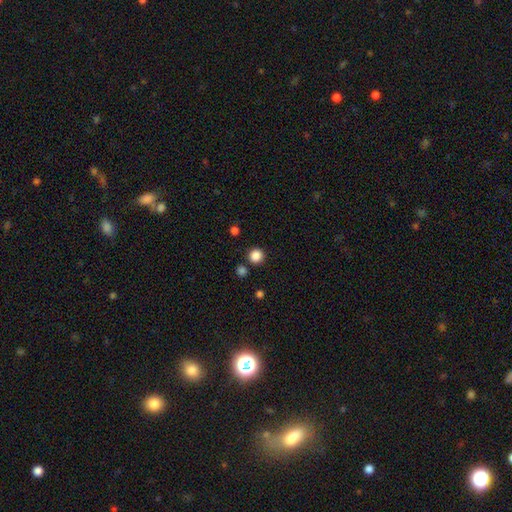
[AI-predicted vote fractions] Smooth or featured?
  - smooth: 86% *
  - star or artifact: 11%
  - featured or disk: 3%
How rounded?
  - round: 95% *
  - in between: 4%
  - cigar-shaped: 1%
Merging?
  - none: 86% *
  - minor disturbance: 6%
  - merger: 6%
  - major disturbance: 3%